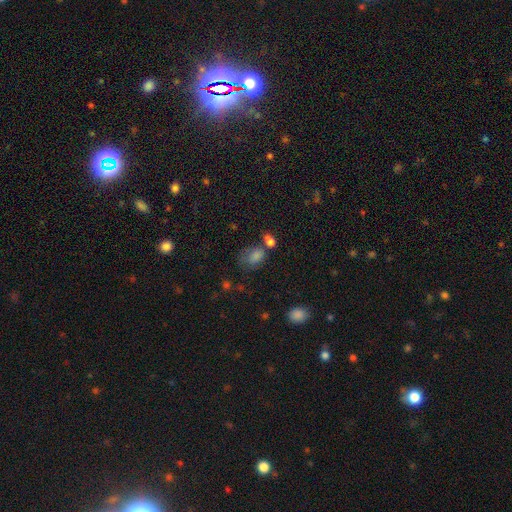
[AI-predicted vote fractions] smooth 67%, star or artifact 20%, featured or disk 13%. Down the decision tree: how rounded — in between (69%); merging — none (43%).